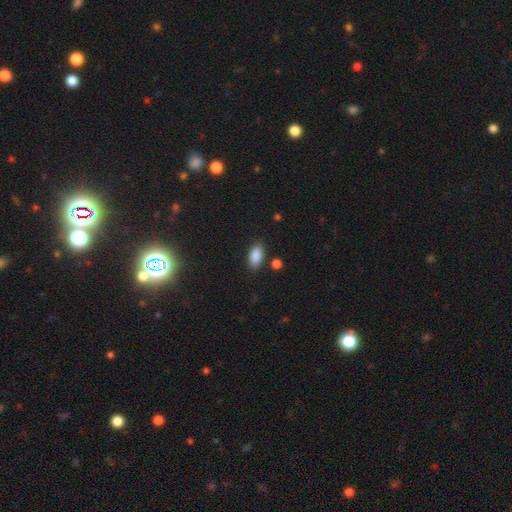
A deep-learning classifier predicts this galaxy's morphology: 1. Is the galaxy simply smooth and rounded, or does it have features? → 88% smooth, 8% star or artifact, 4% featured or disk.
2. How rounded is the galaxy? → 92% in between, 4% round, 4% cigar-shaped.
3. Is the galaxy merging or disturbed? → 84% none, 10% minor disturbance, 3% merger, 3% major disturbance.